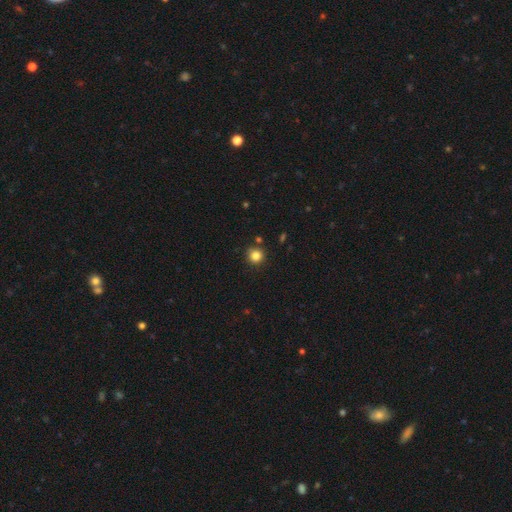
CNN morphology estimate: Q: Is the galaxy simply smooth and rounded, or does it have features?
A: smooth — 83%.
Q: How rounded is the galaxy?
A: round — 94%.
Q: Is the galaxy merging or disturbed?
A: none — 86%.